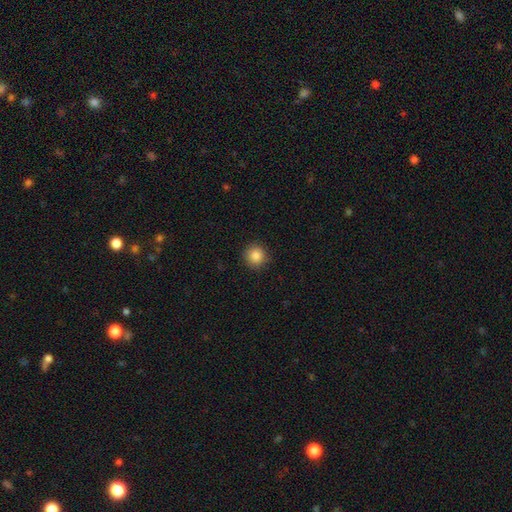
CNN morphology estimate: smooth-or-featured: smooth: 85% | star or artifact: 10% | featured or disk: 5%
  how-rounded: round: 94% | in between: 5% | cigar-shaped: 1%
  merging: none: 91% | minor disturbance: 6% | major disturbance: 2% | merger: 1%